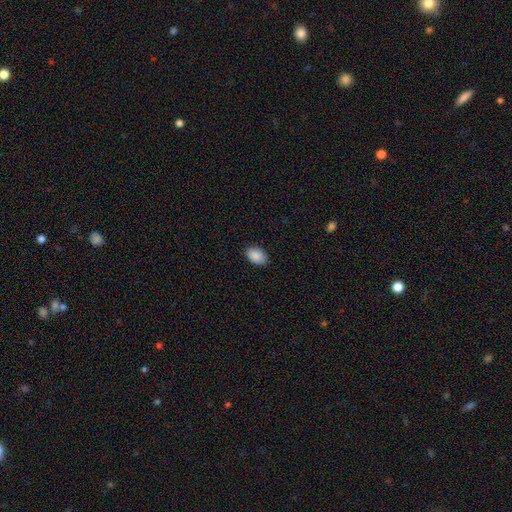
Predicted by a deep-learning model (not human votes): This is clearly a smooth galaxy (89%). How rounded: clearly in between (89%). Merging: clearly none (87%).